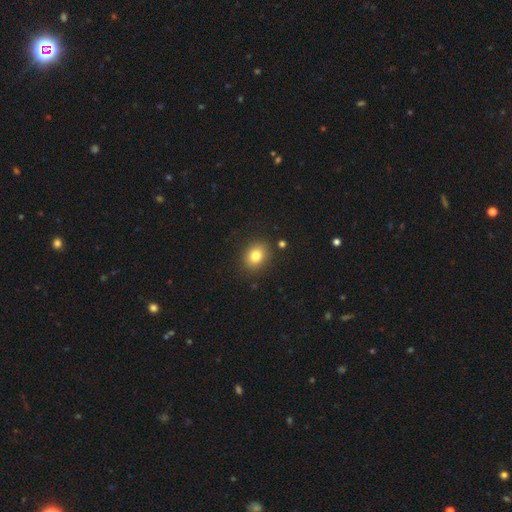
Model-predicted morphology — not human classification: The model was most divided on "how rounded": in between: 50%, round: 49%, cigar-shaped: 1%. More confident: merging — none (86%); smooth or featured — smooth (81%).